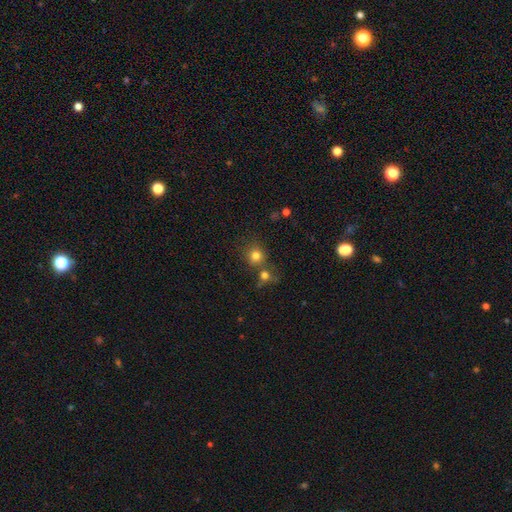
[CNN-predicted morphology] smooth 76%, star or artifact 15%, featured or disk 8%. Down the decision tree: how rounded — round (85%); merging — none (59%).